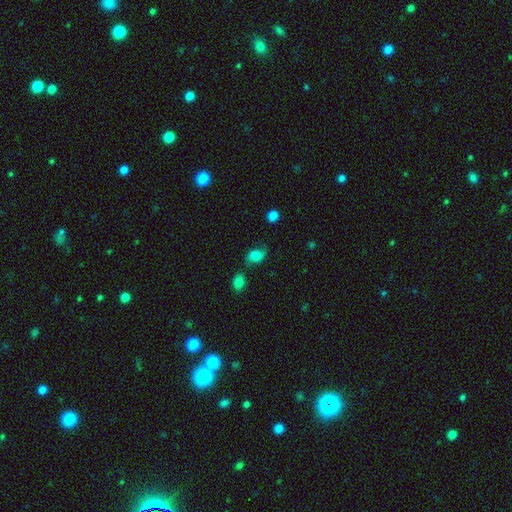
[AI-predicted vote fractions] smooth-or-featured: smooth: 65% | featured or disk: 23% | star or artifact: 12%
  how-rounded: in between: 68% | round: 30% | cigar-shaped: 2%
  merging: none: 56% | minor disturbance: 26% | major disturbance: 10% | merger: 8%